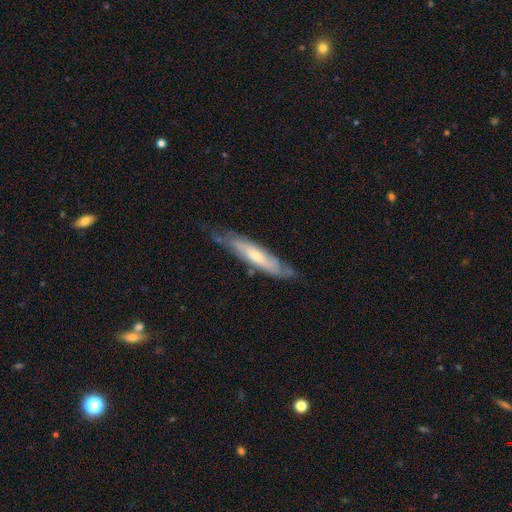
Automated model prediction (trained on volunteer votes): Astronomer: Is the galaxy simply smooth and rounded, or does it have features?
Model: featured or disk — 60%.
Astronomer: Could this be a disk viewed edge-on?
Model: yes — 53% (runner-up: no, 47%).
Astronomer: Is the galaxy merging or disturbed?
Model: none — 66%.